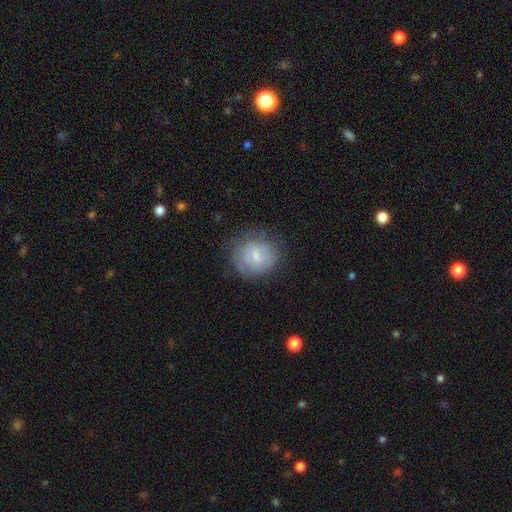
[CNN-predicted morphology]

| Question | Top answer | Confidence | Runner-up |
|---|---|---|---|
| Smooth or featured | smooth | 69% | featured or disk (23%) |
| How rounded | round | 83% | in between (16%) |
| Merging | none | 72% | minor disturbance (19%) |